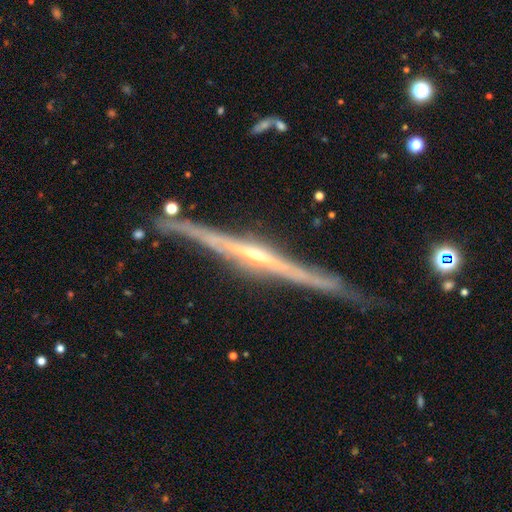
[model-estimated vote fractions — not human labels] This is clearly a featured or disk galaxy (88%). It is clearly viewed edge-on (98%). Edge-on bulge: likely rounded (62%). Merging: clearly none (82%).